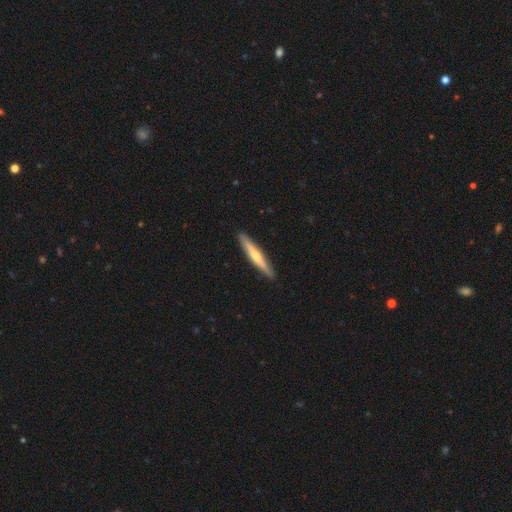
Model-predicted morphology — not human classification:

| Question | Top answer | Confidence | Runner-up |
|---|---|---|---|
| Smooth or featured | featured or disk | 58% | smooth (37%) |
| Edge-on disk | yes | 96% | no (4%) |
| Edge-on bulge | rounded | 81% | none (15%) |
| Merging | none | 91% | minor disturbance (6%) |